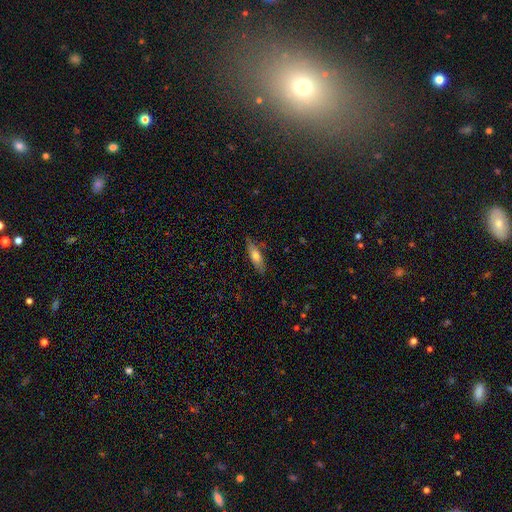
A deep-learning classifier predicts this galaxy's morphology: type=smooth (67%); roundness=in between (51%); merging=none (81%).